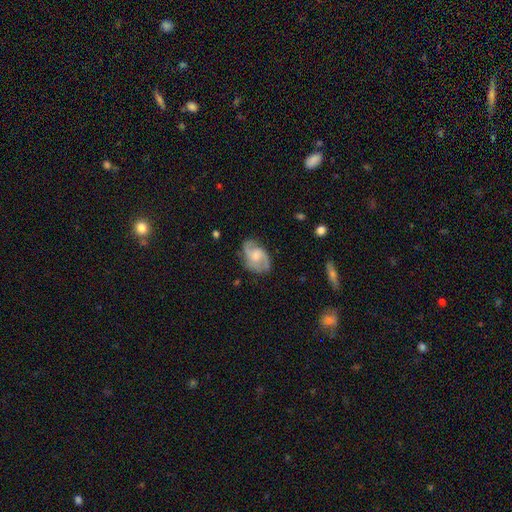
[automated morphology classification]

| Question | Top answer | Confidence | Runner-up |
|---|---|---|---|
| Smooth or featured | featured or disk | 80% | smooth (14%) |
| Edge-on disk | no | 97% | yes (3%) |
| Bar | no | 57% | weak (37%) |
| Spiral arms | yes | 95% | no (5%) |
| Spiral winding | medium | 53% | loose (25%) |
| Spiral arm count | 2 | 72% | 3 (14%) |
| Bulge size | moderate | 49% | small (40%) |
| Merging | none | 73% | minor disturbance (19%) |